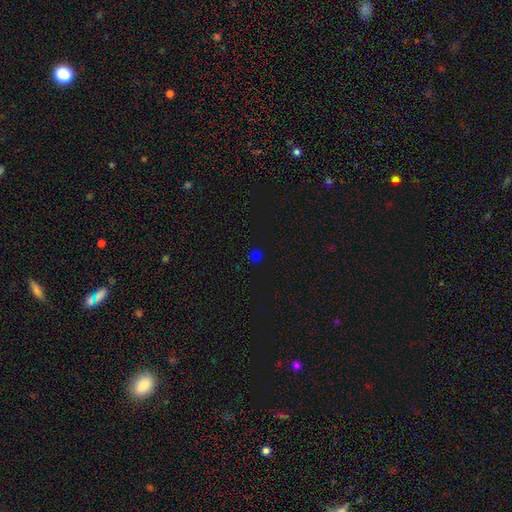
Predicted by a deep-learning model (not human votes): A smooth galaxy with no disk features (72%) that is round (90%). Merging: none (89%).